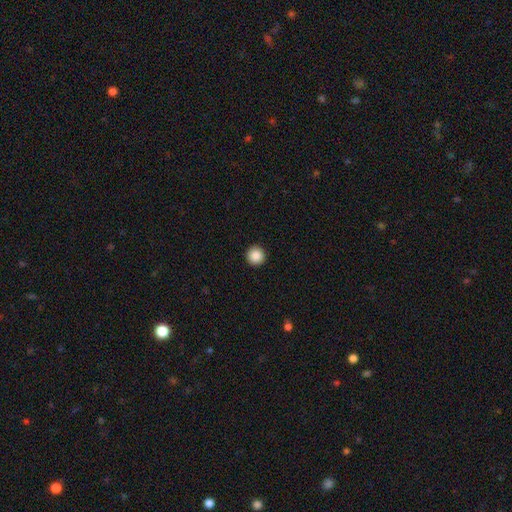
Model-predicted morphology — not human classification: This is clearly a smooth galaxy (88%). How rounded: clearly round (96%). Merging: clearly none (93%).